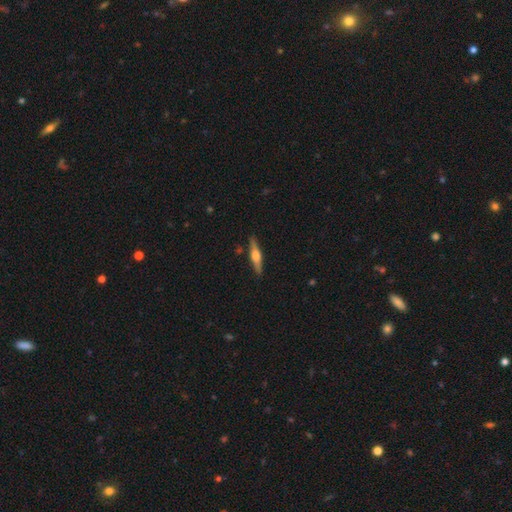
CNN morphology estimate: This is likely a featured or disk galaxy (63%). It is clearly viewed edge-on (97%). Edge-on bulge: clearly rounded (89%). Merging: clearly none (88%).